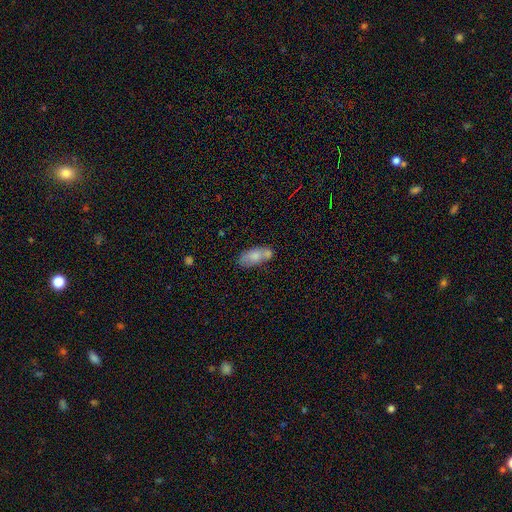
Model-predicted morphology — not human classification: Overall: smooth (74%). How rounded: in between (84%). Merging: none (46%; merger 29%).